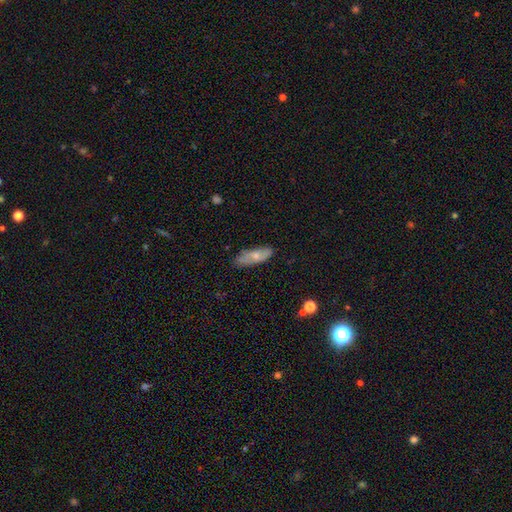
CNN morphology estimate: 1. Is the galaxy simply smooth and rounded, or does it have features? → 62% smooth, 32% featured or disk, 7% star or artifact.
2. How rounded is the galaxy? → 63% in between, 34% cigar-shaped, 3% round.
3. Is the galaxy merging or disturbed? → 74% none, 20% minor disturbance, 4% major disturbance, 2% merger.